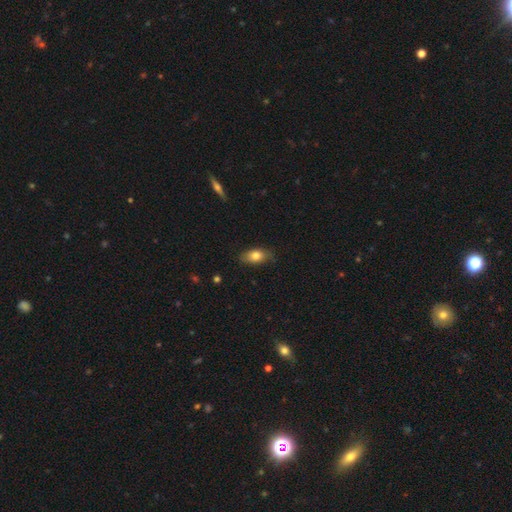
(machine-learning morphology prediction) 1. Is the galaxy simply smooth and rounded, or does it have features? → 77% smooth, 15% featured or disk, 7% star or artifact.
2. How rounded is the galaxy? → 87% in between, 8% round, 5% cigar-shaped.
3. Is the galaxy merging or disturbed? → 79% none, 17% minor disturbance, 3% major disturbance, 1% merger.